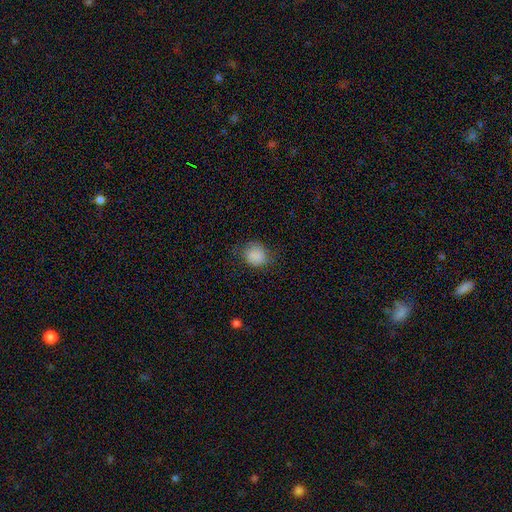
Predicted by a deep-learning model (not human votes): A smooth galaxy with no disk features (85%) that is round (74%).

Vote fractions:
- Smooth or featured? smooth: 85% / star or artifact: 9% / featured or disk: 6%
- How rounded? round: 74% / in between: 25% / cigar-shaped: 1%
- Merging? none: 70% / minor disturbance: 21% / major disturbance: 8% / merger: 1%